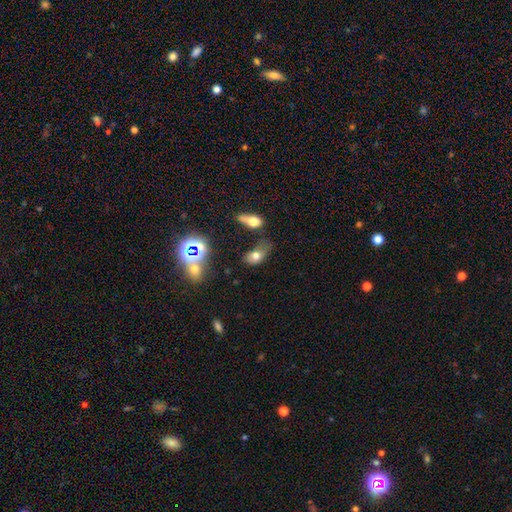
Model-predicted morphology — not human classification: Smooth or featured? Predicted: smooth (p=0.68). How rounded? Predicted: in between (p=0.83). Merging? Predicted: none (p=0.32).